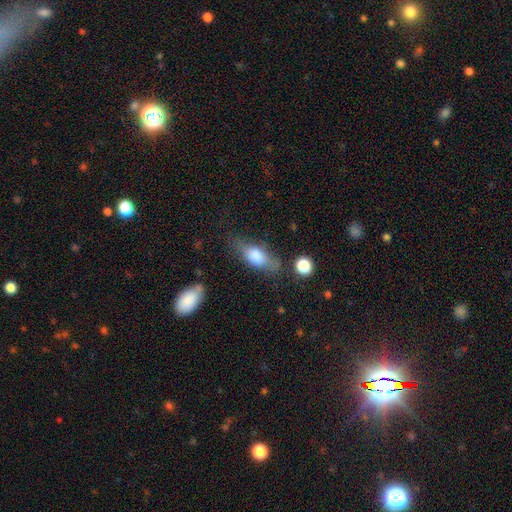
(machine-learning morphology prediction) smooth_or_featured: smooth (p=0.68) [alt: featured or disk p=0.24]
how_rounded: in between (p=0.71) [alt: cigar-shaped p=0.23]
merging: none (p=0.61) [alt: minor disturbance p=0.24]